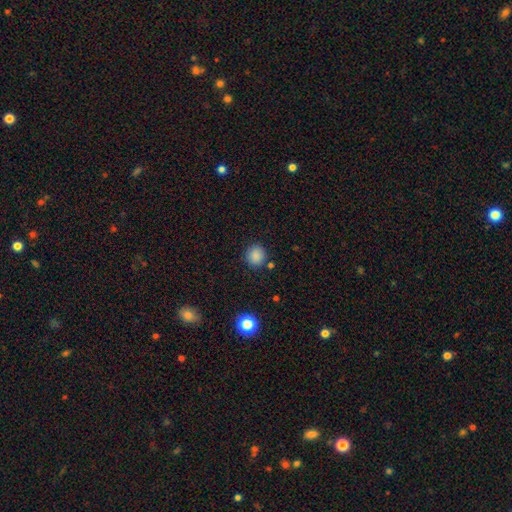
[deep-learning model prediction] Smooth or featured: smooth — 85% (star or artifact — 11%)
How rounded: round — 87% (in between — 12%)
Merging: none — 84% (minor disturbance — 9%)